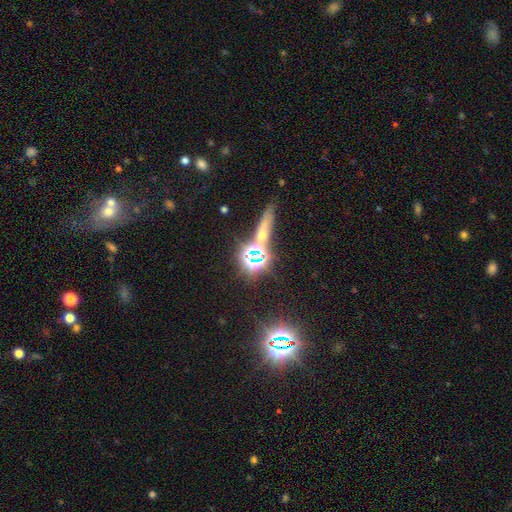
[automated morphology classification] smooth-or-featured: star or artifact: 51% | smooth: 28% | featured or disk: 21%